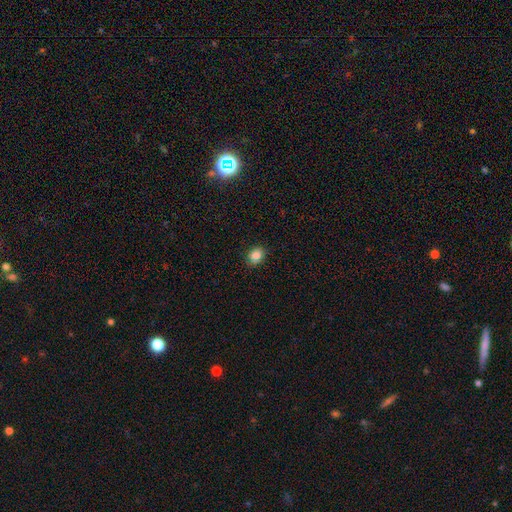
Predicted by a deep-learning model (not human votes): Smooth or featured? Predicted: smooth (p=0.83). How rounded? Predicted: in between (p=0.50). Merging? Predicted: none (p=0.83).